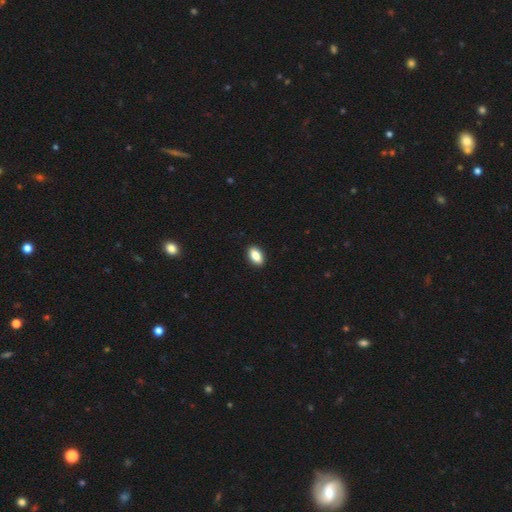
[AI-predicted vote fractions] The model was most divided on "smooth or featured": smooth: 87%, star or artifact: 7%, featured or disk: 6%. More confident: how rounded — in between (91%); merging — none (91%).